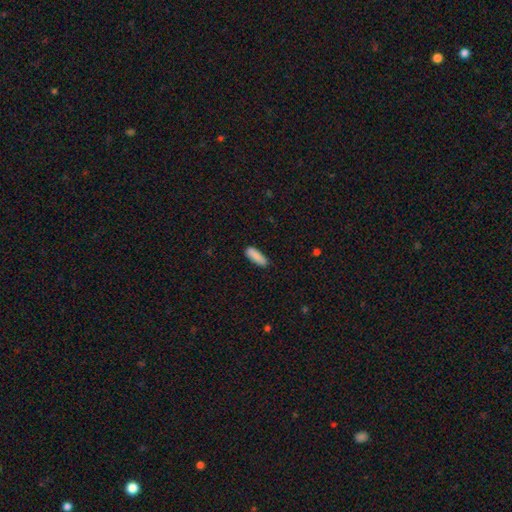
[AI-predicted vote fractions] This appears to be a smooth galaxy with no disk features (88%) that is in between round and cigar-shaped (51%). Merging: none (84%).